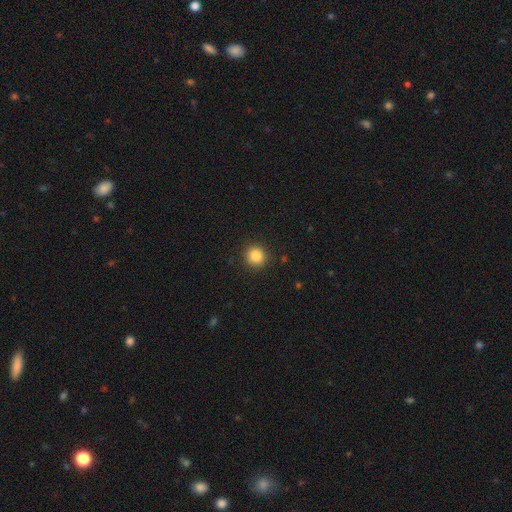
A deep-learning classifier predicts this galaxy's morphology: A smooth galaxy with no disk features (85%) that is round (91%). Merging: none (91%).